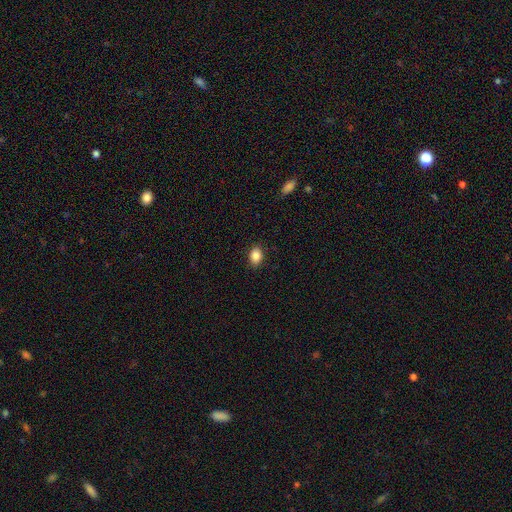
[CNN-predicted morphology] type=smooth (86%); roundness=in between (76%); merging=none (88%).